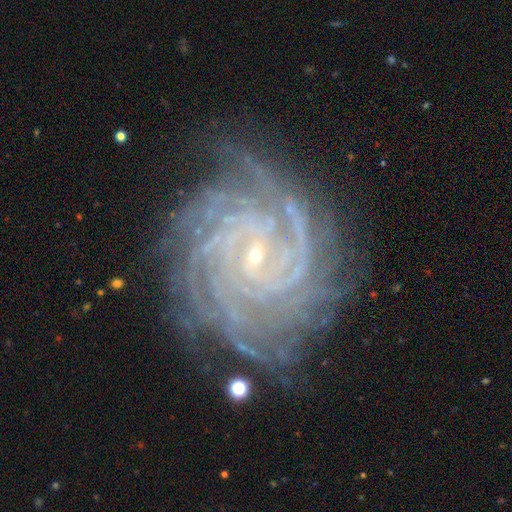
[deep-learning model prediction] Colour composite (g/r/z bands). It shows a featured or disk galaxy (91%) with no bar (51%), more than 4 (34%) tight (83%) spiral arms (99%) and a small central bulge (87%). Merging: none (79%).